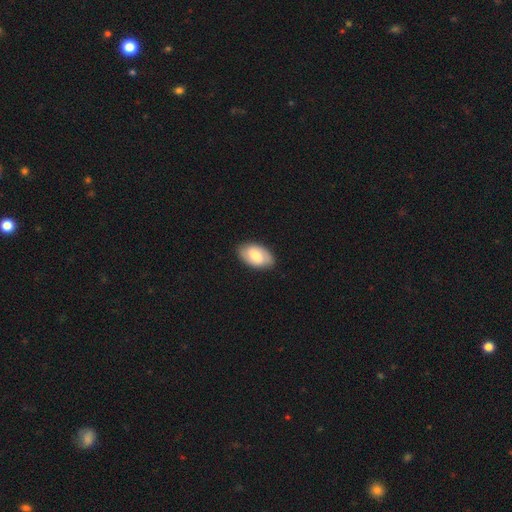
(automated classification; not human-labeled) Smooth or featured?
  - smooth: 59% *
  - featured or disk: 35%
  - star or artifact: 6%
How rounded?
  - in between: 94% *
  - round: 5%
  - cigar-shaped: 2%
Merging?
  - none: 86% *
  - minor disturbance: 11%
  - major disturbance: 3%
  - merger: 1%